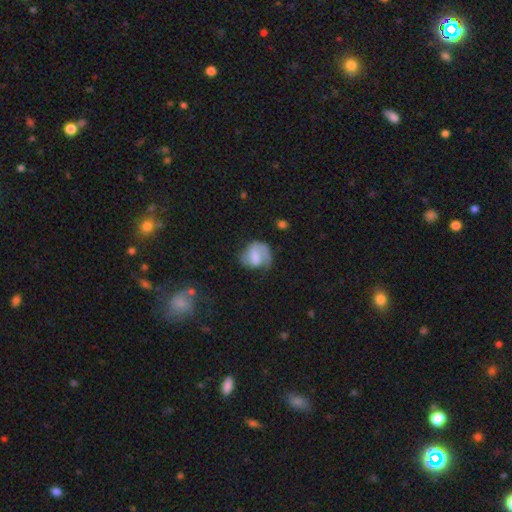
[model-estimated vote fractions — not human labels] featured or disk 46% (tied), smooth 46% (tied), star or artifact 8%. Down the decision tree: merging — none (39%).